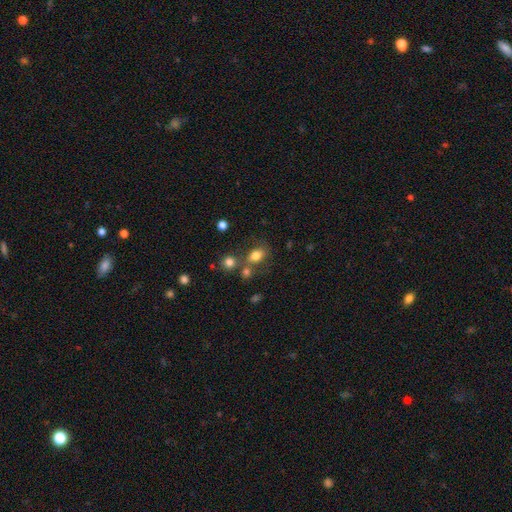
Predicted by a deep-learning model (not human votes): Morphology: type=smooth (78%); roundness=in between (71%); merging=none (56%).